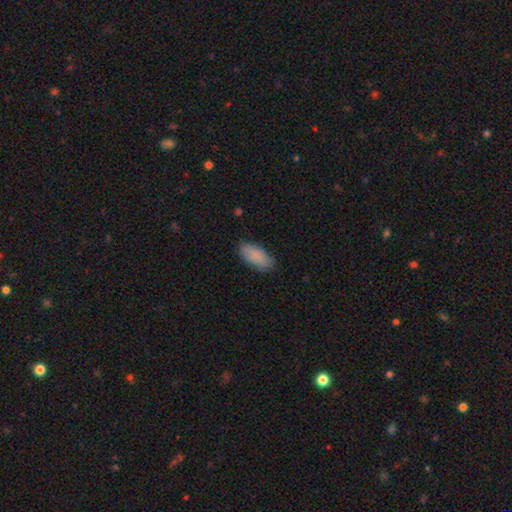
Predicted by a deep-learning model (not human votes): smooth_or_featured: smooth (p=0.88) [alt: featured or disk p=0.06]
how_rounded: in between (p=0.91) [alt: cigar-shaped p=0.07]
merging: none (p=0.83) [alt: minor disturbance p=0.14]